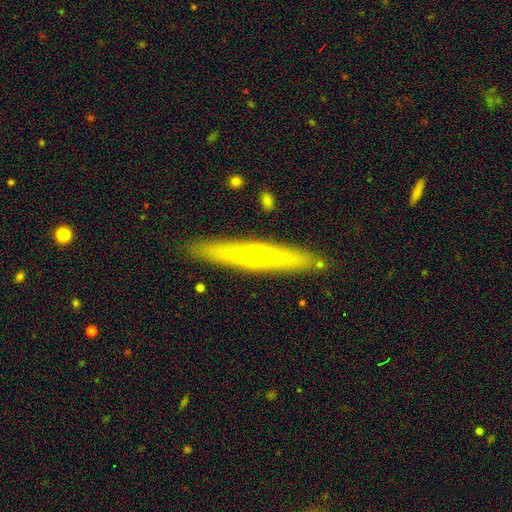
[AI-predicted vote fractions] Smooth or featured?
  - featured or disk: 52% *
  - smooth: 42%
  - star or artifact: 6%
Edge-on disk?
  - yes: 82% *
  - no: 18%
Merging?
  - none: 88% *
  - minor disturbance: 8%
  - merger: 2%
  - major disturbance: 2%